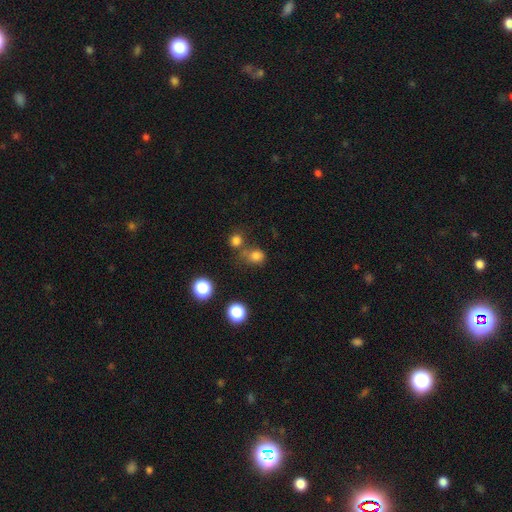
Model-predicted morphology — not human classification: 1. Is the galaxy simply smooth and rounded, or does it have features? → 75% smooth, 18% star or artifact, 7% featured or disk.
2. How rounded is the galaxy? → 68% round, 31% in between, 1% cigar-shaped.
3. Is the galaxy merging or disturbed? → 53% none, 24% merger, 15% minor disturbance, 8% major disturbance.